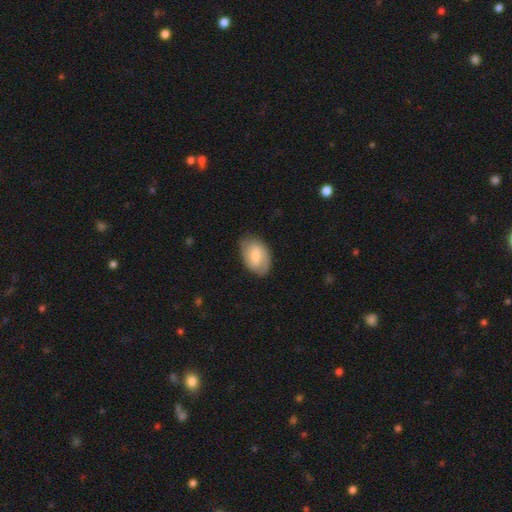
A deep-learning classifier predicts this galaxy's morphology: A smooth galaxy with no disk features (58%) that is in between round and cigar-shaped (87%).

Vote fractions:
- Smooth or featured? smooth: 58% / featured or disk: 36% / star or artifact: 6%
- How rounded? in between: 87% / round: 12% / cigar-shaped: 1%
- Merging? none: 72% / minor disturbance: 21% / major disturbance: 5% / merger: 1%